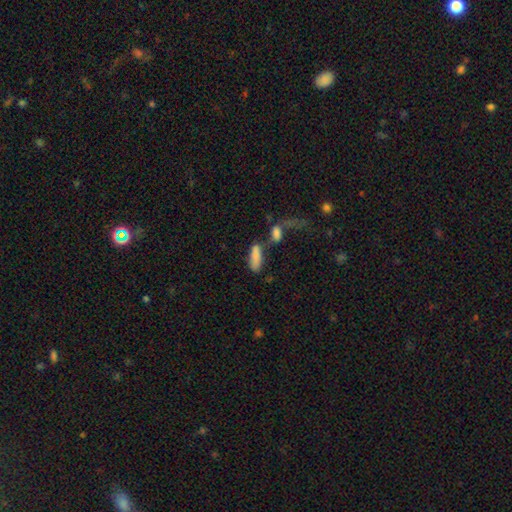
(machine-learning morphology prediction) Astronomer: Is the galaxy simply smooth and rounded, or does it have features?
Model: smooth — 81%.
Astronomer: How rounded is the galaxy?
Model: in between — 69%.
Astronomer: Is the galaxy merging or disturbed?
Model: none — 36%, tied with merger at 36%.